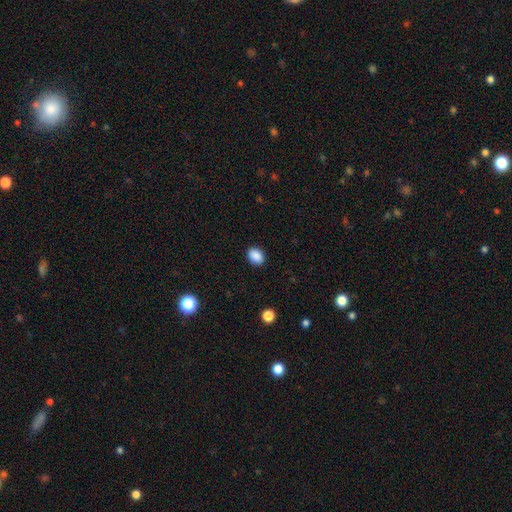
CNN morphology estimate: This appears to be a smooth galaxy with no disk features (89%) that is in between round and cigar-shaped (62%). Merging: none (90%).